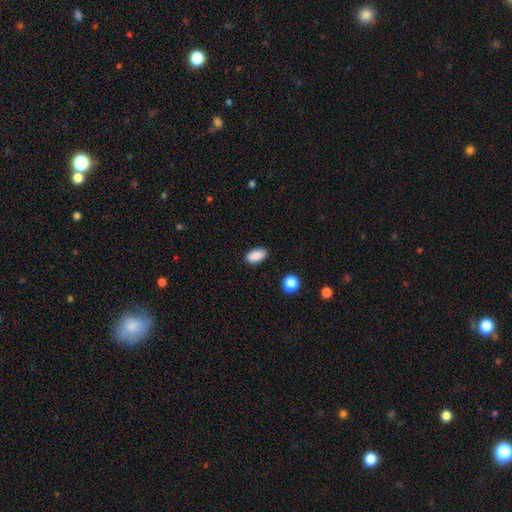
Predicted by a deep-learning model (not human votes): Morphology: type=smooth (89%); roundness=in between (93%); merging=none (88%).